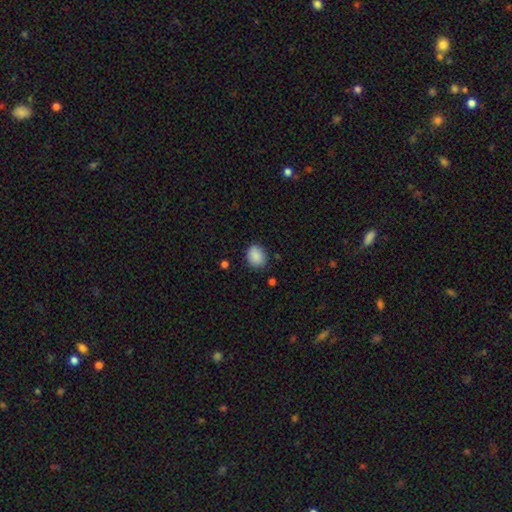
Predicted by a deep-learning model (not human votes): A smooth galaxy with no disk features (88%) that is round (50%). Merging: none (80%).